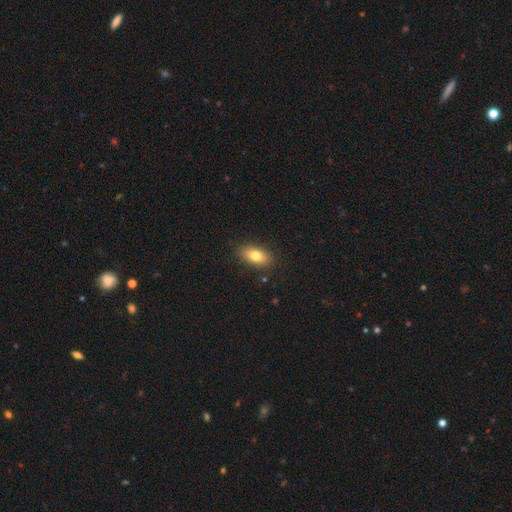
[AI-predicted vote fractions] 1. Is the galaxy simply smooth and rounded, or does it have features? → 78% smooth, 14% featured or disk, 8% star or artifact.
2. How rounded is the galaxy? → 87% in between, 7% cigar-shaped, 6% round.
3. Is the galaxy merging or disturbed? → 87% none, 9% minor disturbance, 2% major disturbance, 1% merger.